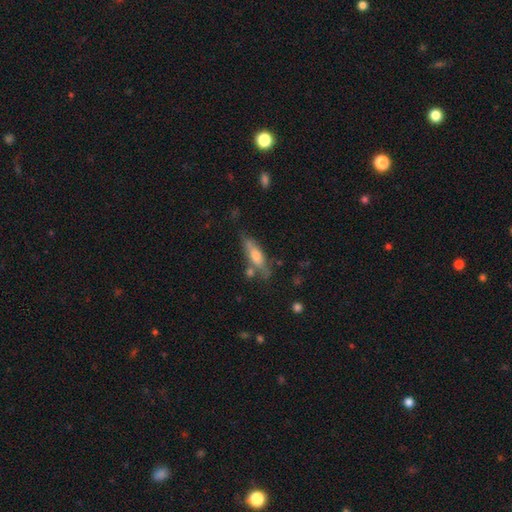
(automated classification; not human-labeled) Overall: smooth (52%; featured or disk 40%). How rounded: cigar-shaped (54%; in between 43%). Merging: none (59%; minor disturbance 22%).